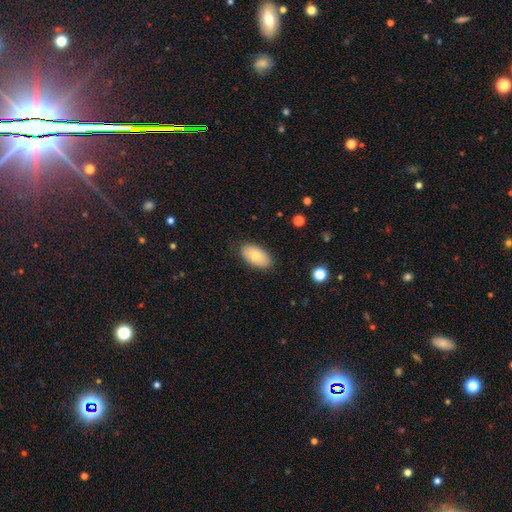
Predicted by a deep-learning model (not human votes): Smooth or featured?
  - smooth: 80% *
  - featured or disk: 14%
  - star or artifact: 6%
How rounded?
  - in between: 95% *
  - round: 3%
  - cigar-shaped: 2%
Merging?
  - none: 84% *
  - minor disturbance: 12%
  - major disturbance: 3%
  - merger: 1%